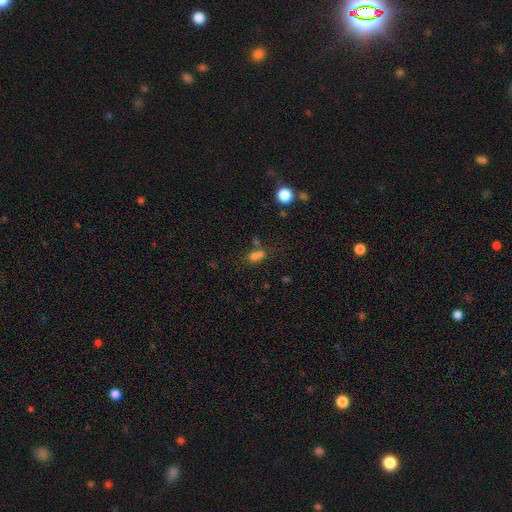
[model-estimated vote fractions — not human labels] Overall: smooth (72%). How rounded: in between (69%). Merging: none (43%; merger 32%).